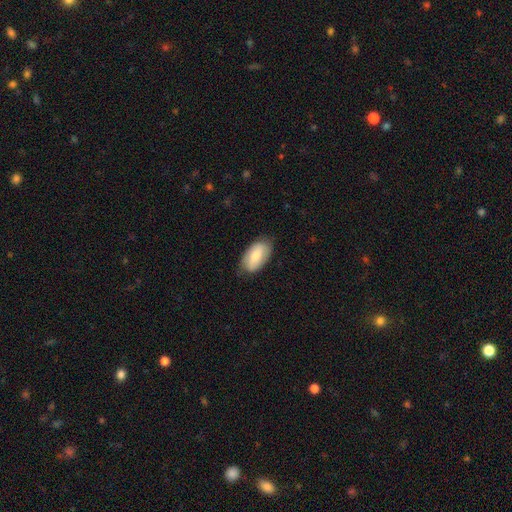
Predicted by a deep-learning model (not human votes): Overall: smooth (73%). How rounded: in between (94%). Merging: none (75%).